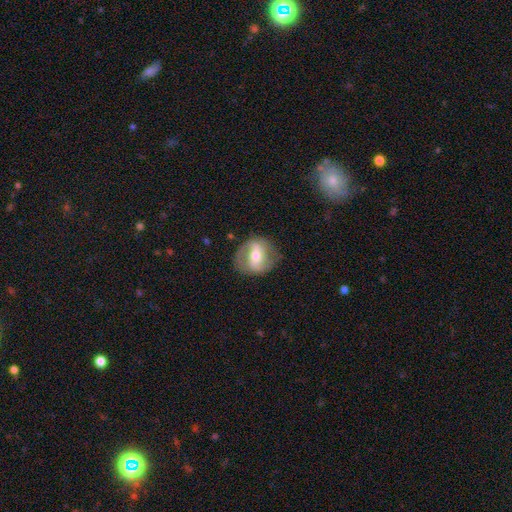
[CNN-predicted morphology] This appears to be a featured or disk galaxy (69%) with a strong bar (50%), spiral arms (73%) and a moderate central bulge (61%). Merging: none (77%).